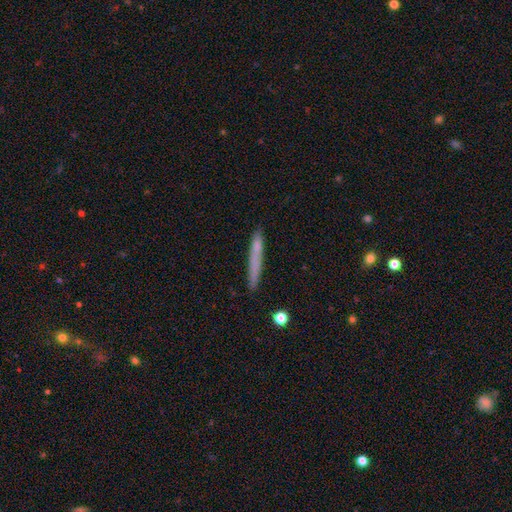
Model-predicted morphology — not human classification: Smooth or featured: smooth — 66% (featured or disk — 26%)
How rounded: cigar-shaped — 96% (in between — 2%)
Merging: none — 86% (minor disturbance — 10%)